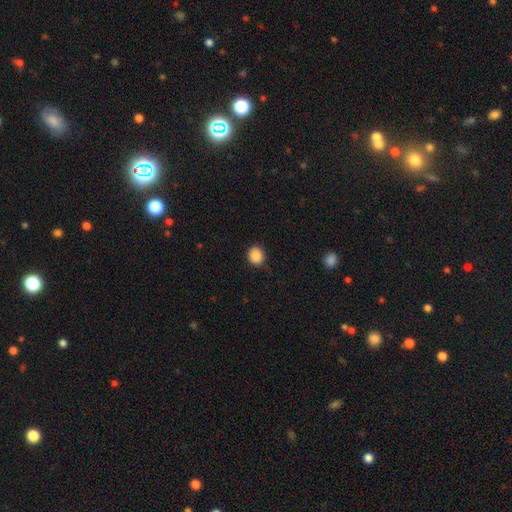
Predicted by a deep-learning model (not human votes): Smooth or featured: smooth — 88% (star or artifact — 9%)
How rounded: round — 79% (in between — 21%)
Merging: none — 86% (minor disturbance — 11%)